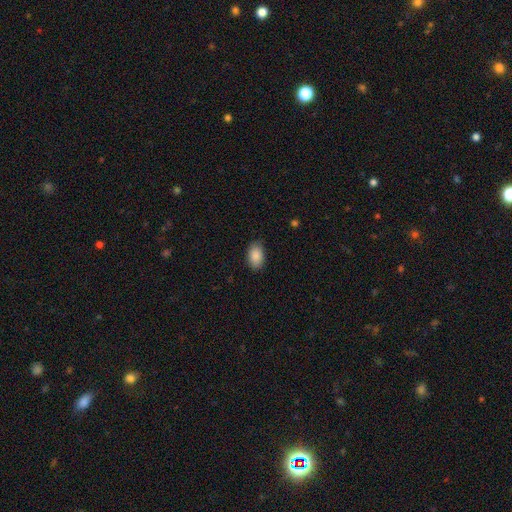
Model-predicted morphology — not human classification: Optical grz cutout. It shows a smooth galaxy with no disk features (88%) that is in between round and cigar-shaped (91%). Merging: none (83%).